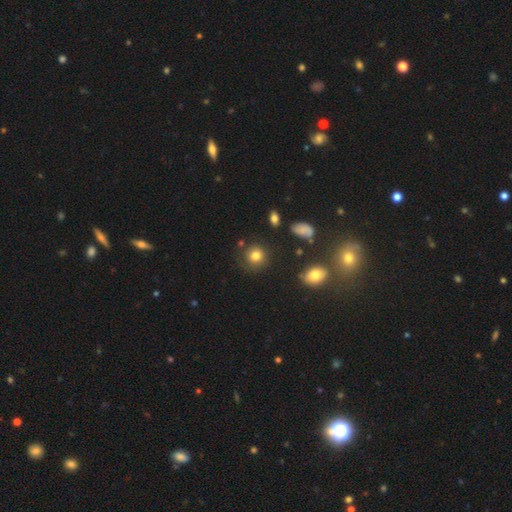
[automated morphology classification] Overall: smooth (79%). How rounded: round (87%). Merging: none (81%).